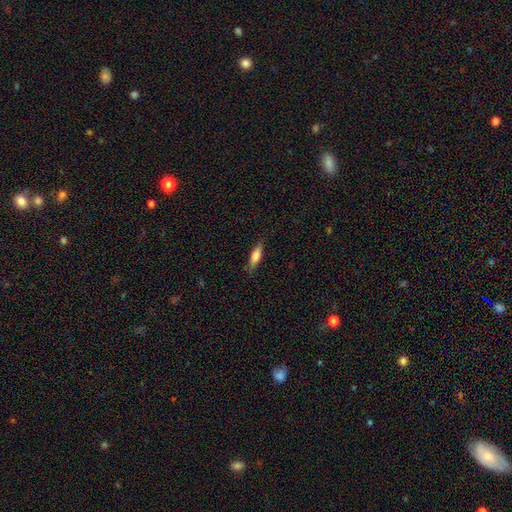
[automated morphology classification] smooth-or-featured: smooth: 69% | featured or disk: 25% | star or artifact: 7%
  how-rounded: cigar-shaped: 61% | in between: 37% | round: 2%
  merging: none: 82% | minor disturbance: 14% | major disturbance: 3% | merger: 1%